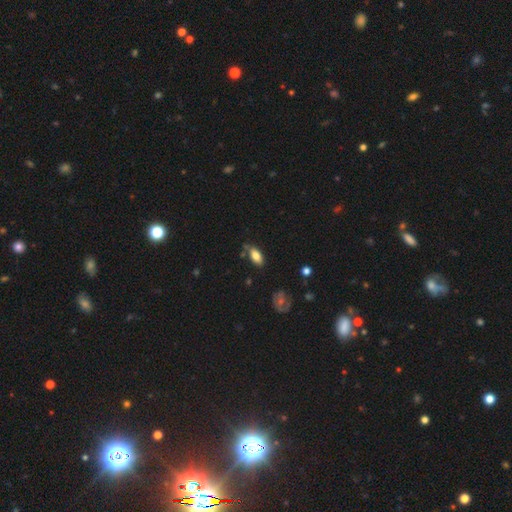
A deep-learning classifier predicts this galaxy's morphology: This appears to be a smooth galaxy with no disk features (80%) that is in between round and cigar-shaped (89%). Merging: none (70%).